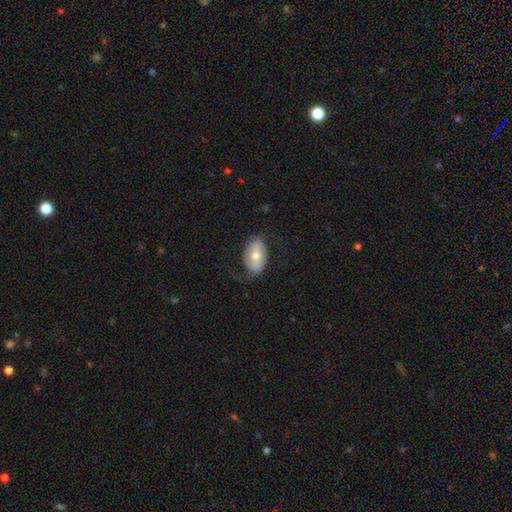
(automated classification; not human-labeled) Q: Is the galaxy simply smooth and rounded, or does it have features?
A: featured or disk — 48%.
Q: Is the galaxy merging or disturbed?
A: none — 61%.